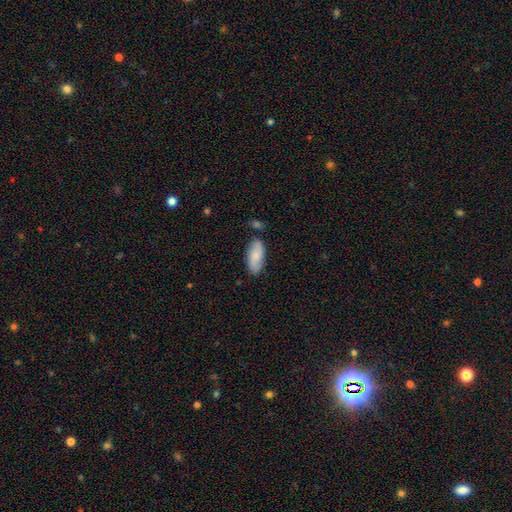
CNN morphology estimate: This is likely a smooth galaxy (74%). How rounded: clearly in between (88%). Merging: likely none (72%).